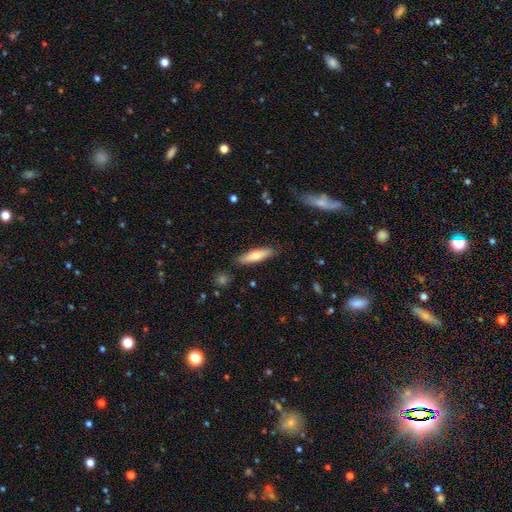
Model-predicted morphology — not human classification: Smooth or featured? Predicted: smooth (p=0.68). How rounded? Predicted: cigar-shaped (p=0.66). Merging? Predicted: none (p=0.85).